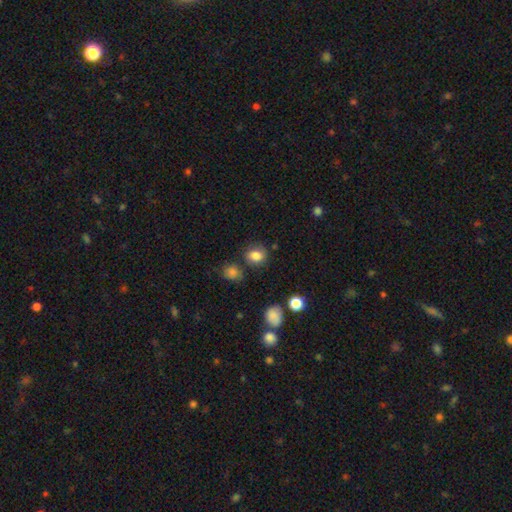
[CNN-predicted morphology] This appears to be a smooth galaxy with no disk features (81%) that is round (62%). Merging: none (75%).